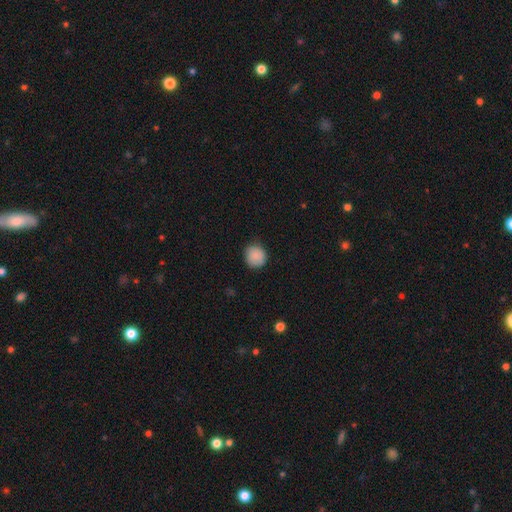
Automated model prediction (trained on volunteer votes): This appears to be a smooth galaxy with no disk features (88%) that is round (90%). Merging: none (85%).